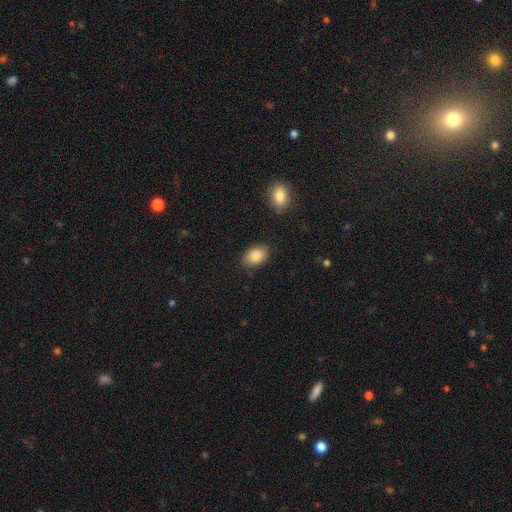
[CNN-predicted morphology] Smooth or featured: smooth — 86% (star or artifact — 8%)
How rounded: in between — 85% (round — 14%)
Merging: none — 84% (minor disturbance — 12%)